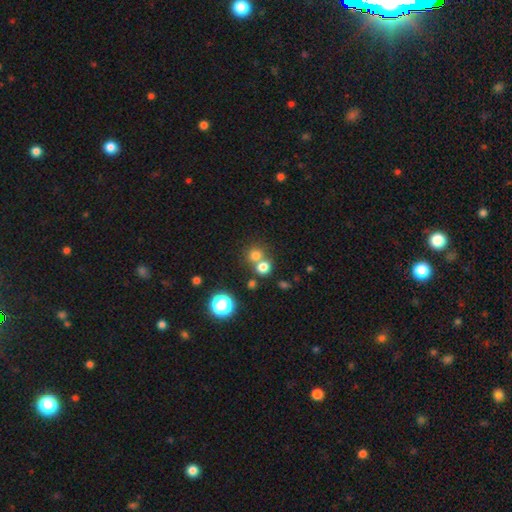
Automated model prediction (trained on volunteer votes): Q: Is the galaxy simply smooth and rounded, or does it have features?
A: smooth — 74%.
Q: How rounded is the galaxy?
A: round — 84%.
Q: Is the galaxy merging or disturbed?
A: none — 53%.